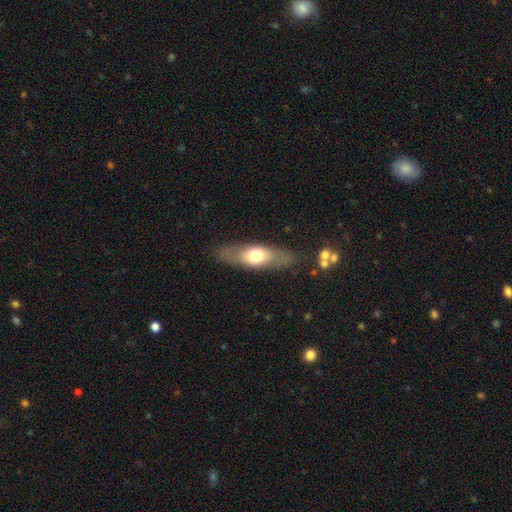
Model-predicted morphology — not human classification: Smooth or featured?
  - smooth: 55% *
  - featured or disk: 38%
  - star or artifact: 6%
How rounded?
  - in between: 56% *
  - cigar-shaped: 39%
  - round: 4%
Merging?
  - none: 82% *
  - minor disturbance: 12%
  - major disturbance: 4%
  - merger: 2%